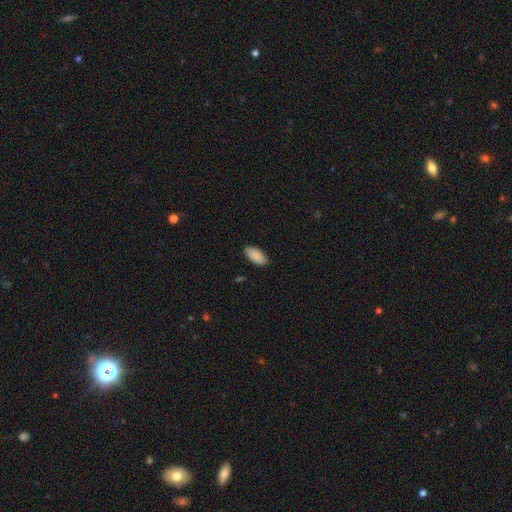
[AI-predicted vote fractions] The model was most divided on "merging": none: 87%, minor disturbance: 10%, major disturbance: 2%, merger: 1%. More confident: how rounded — in between (92%); smooth or featured — smooth (89%).